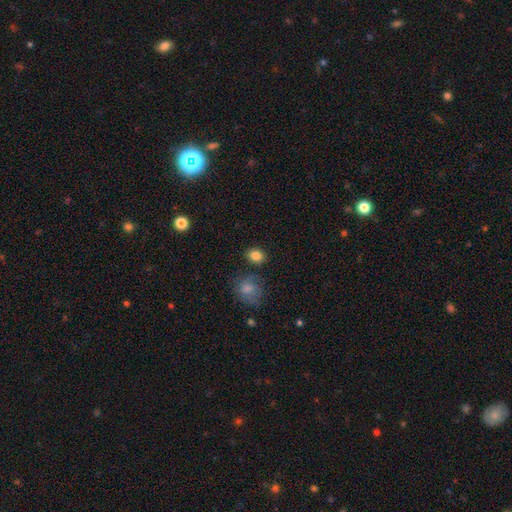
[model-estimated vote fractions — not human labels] This is clearly a smooth galaxy (85%). How rounded: possibly round (50%). Merging: likely none (78%).